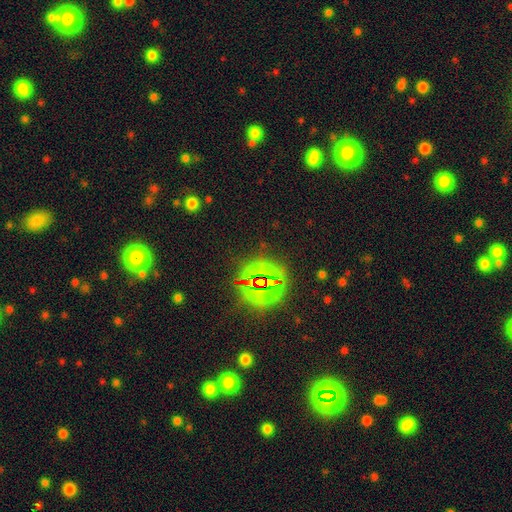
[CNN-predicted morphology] Smooth or featured: star or artifact — 72% (smooth — 18%)